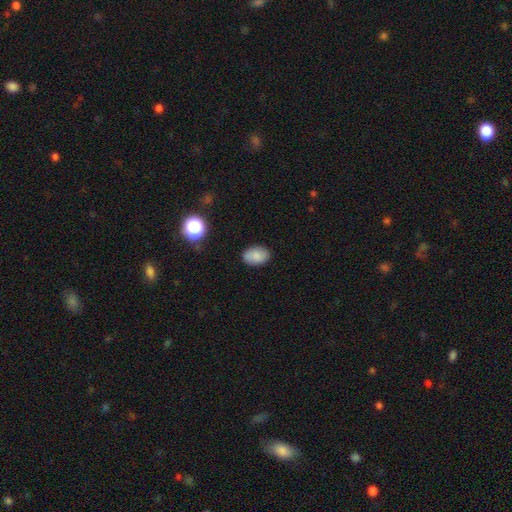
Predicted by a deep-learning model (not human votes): This appears to be a smooth galaxy with no disk features (83%) that is in between round and cigar-shaped (84%). Merging: none (86%).